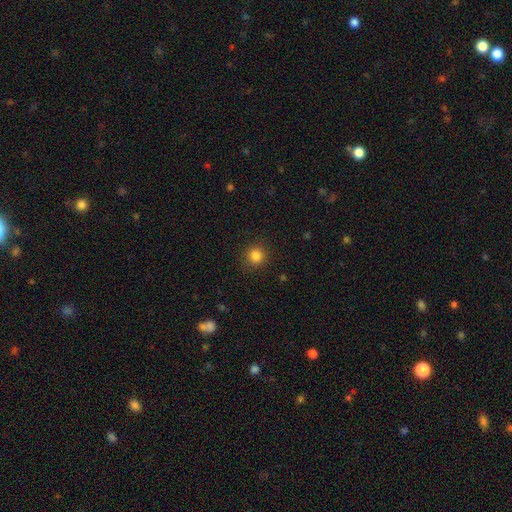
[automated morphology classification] This appears to be a smooth galaxy with no disk features (84%) that is round (91%). Merging: none (89%).